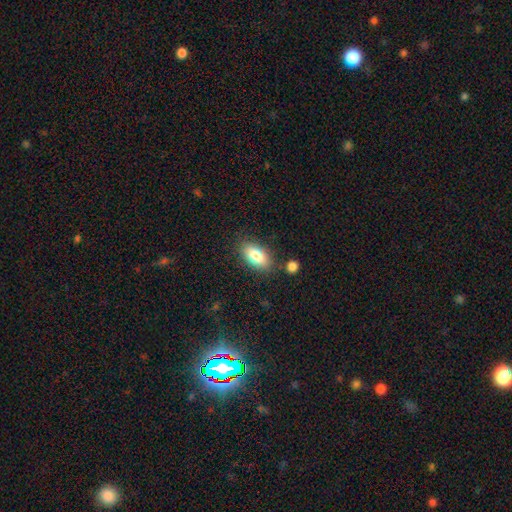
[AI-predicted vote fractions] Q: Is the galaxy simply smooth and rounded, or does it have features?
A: smooth — 79%.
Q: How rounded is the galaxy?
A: in between — 90%.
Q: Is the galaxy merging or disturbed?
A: none — 80%.